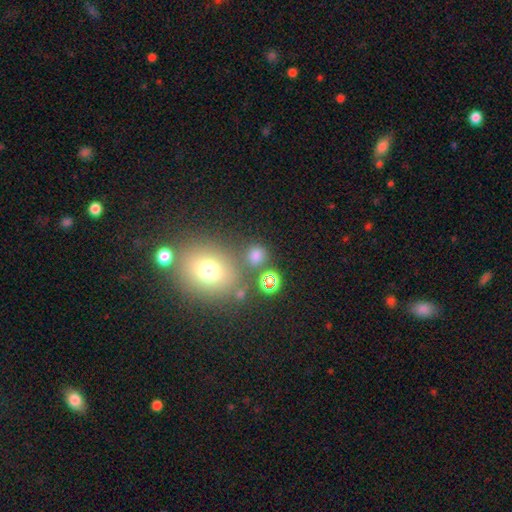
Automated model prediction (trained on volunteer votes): A smooth galaxy with no disk features (69%) that is round (79%). Merging: none (71%).